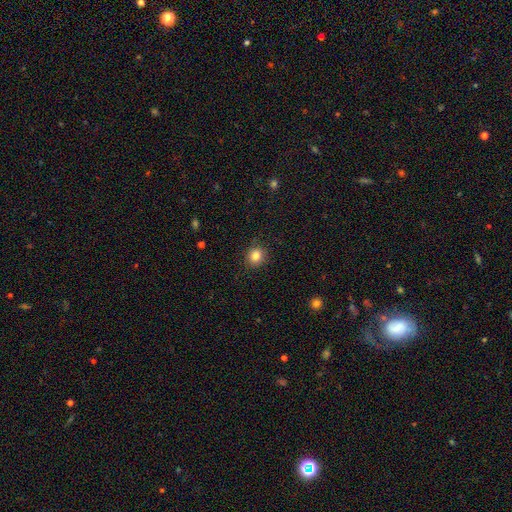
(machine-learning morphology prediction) smooth 83%, star or artifact 11%, featured or disk 6%. Down the decision tree: how rounded — round (83%); merging — none (89%).